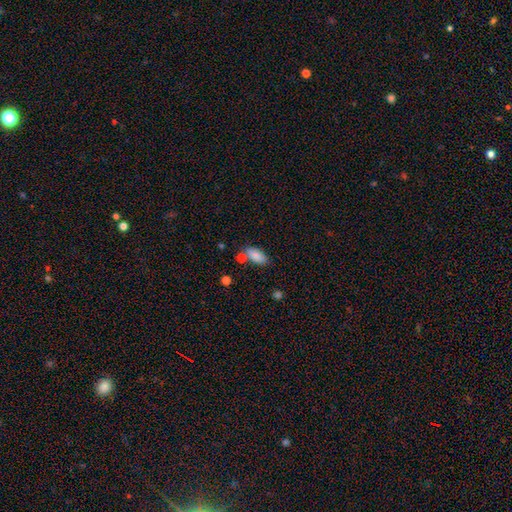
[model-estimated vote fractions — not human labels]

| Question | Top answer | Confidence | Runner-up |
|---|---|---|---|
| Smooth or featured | smooth | 86% | star or artifact (7%) |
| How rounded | in between | 88% | cigar-shaped (9%) |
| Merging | none | 64% | merger (16%) |